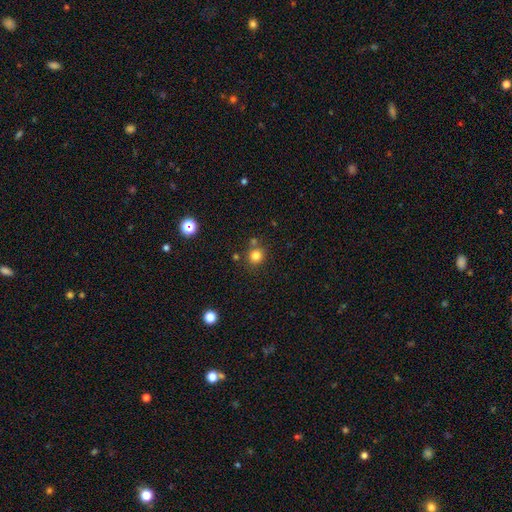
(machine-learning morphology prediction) This is clearly a smooth galaxy (80%). How rounded: clearly round (90%). Merging: likely none (76%).